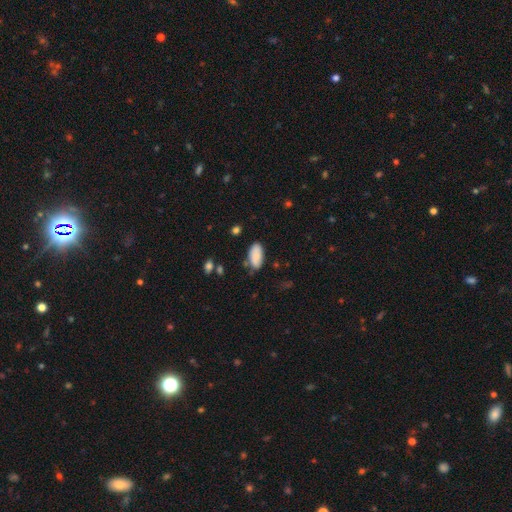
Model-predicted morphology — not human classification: Smooth or featured: smooth — 87% (star or artifact — 7%)
How rounded: in between — 94% (cigar-shaped — 4%)
Merging: none — 71% (minor disturbance — 20%)